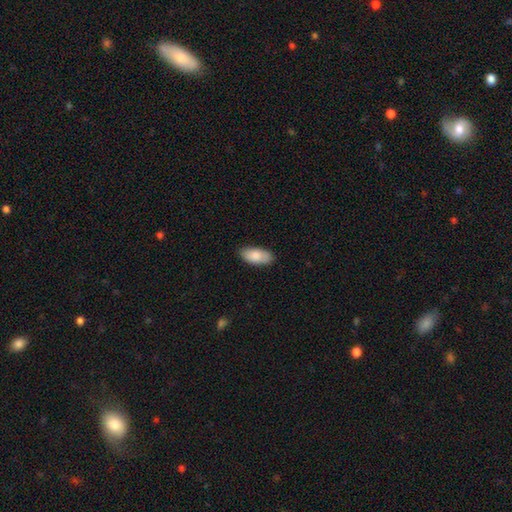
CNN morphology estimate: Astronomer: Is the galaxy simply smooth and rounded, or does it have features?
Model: smooth — 85%.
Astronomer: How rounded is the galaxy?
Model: in between — 90%.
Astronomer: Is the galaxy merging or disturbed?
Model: none — 82%.